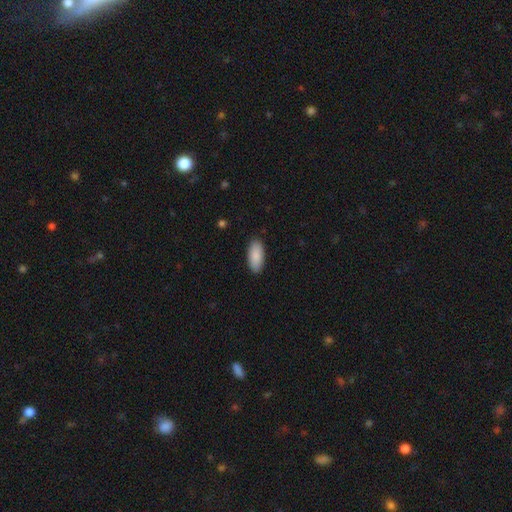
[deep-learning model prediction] A smooth galaxy with no disk features (90%) that is in between round and cigar-shaped (88%).

Vote fractions:
- Smooth or featured? smooth: 90% / star or artifact: 5% / featured or disk: 5%
- How rounded? in between: 88% / cigar-shaped: 10% / round: 2%
- Merging? none: 89% / minor disturbance: 8% / major disturbance: 2% / merger: 1%